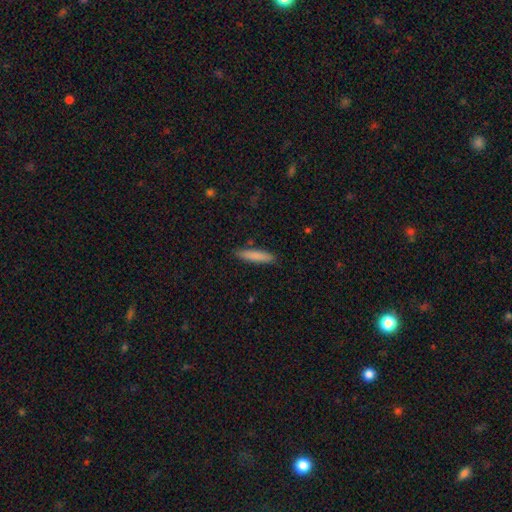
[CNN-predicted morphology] smooth_or_featured: smooth (p=0.83) [alt: featured or disk p=0.10]
how_rounded: cigar-shaped (p=0.85) [alt: in between p=0.14]
merging: none (p=0.87) [alt: minor disturbance p=0.09]